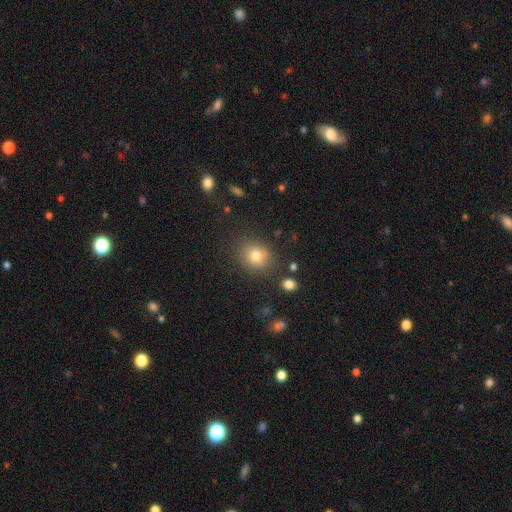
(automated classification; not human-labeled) Q: Smooth or featured?
A: smooth (77%); runner-up: star or artifact (14%)
Q: How rounded?
A: round (71%); runner-up: in between (29%)
Q: Merging?
A: none (83%); runner-up: minor disturbance (10%)